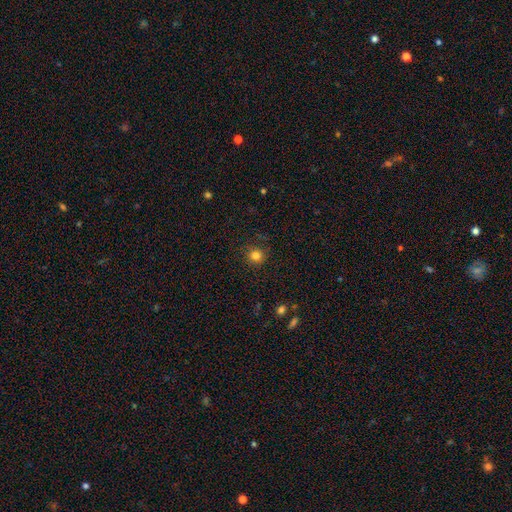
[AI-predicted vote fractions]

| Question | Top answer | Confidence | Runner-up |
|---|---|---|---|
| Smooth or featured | smooth | 82% | star or artifact (13%) |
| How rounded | round | 92% | in between (7%) |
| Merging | none | 87% | minor disturbance (9%) |